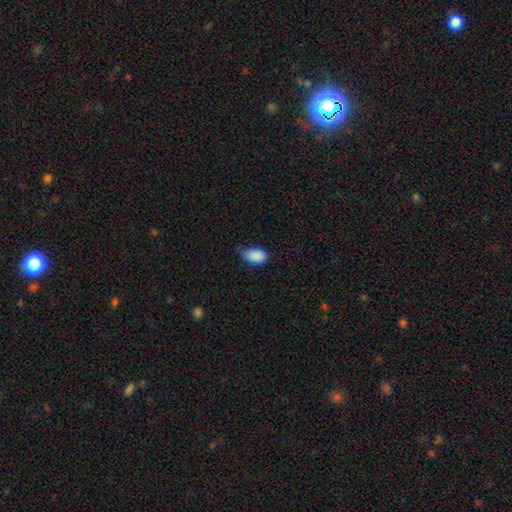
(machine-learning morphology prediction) The model was most divided on "merging": none: 61%, minor disturbance: 33%, major disturbance: 5%, merger: 1%. More confident: how rounded — in between (91%); smooth or featured — smooth (89%).